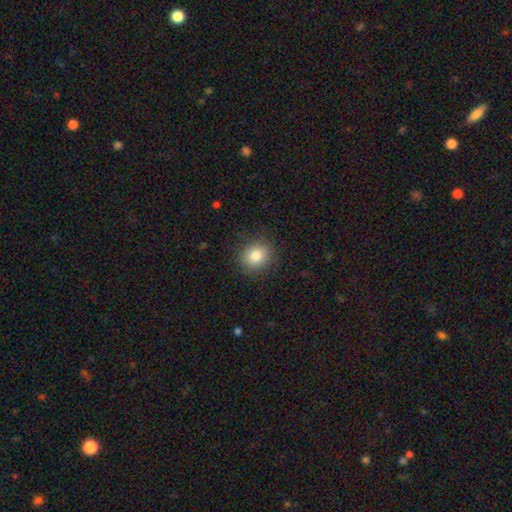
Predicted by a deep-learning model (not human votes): A smooth galaxy with no disk features (83%) that is round (80%). Merging: none (88%).